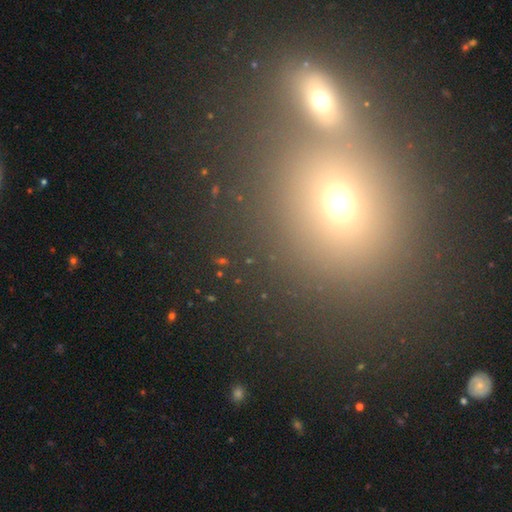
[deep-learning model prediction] A smooth galaxy with no disk features (57%) that is round (71%). Merging: none (50%).